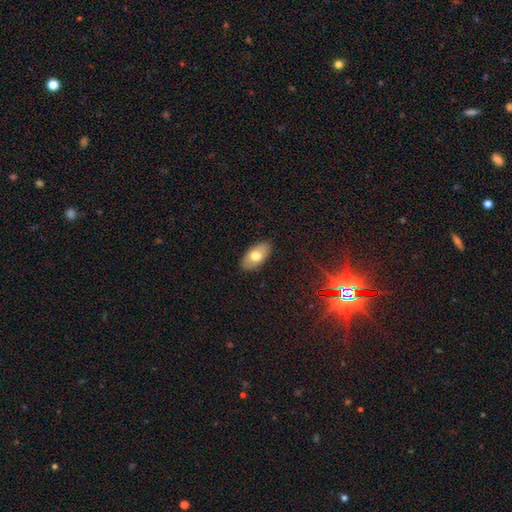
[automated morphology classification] This is likely a smooth galaxy (69%). How rounded: clearly in between (93%). Merging: clearly none (87%).